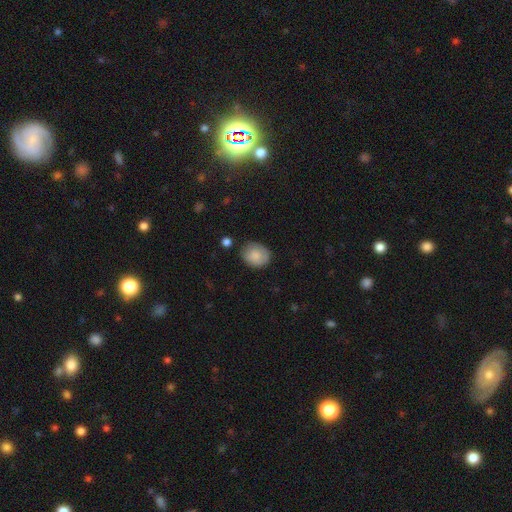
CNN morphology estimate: Smooth or featured?
  - smooth: 84% *
  - featured or disk: 8%
  - star or artifact: 7%
How rounded?
  - round: 56% *
  - in between: 43%
  - cigar-shaped: 1%
Merging?
  - none: 78% *
  - minor disturbance: 16%
  - major disturbance: 3%
  - merger: 2%